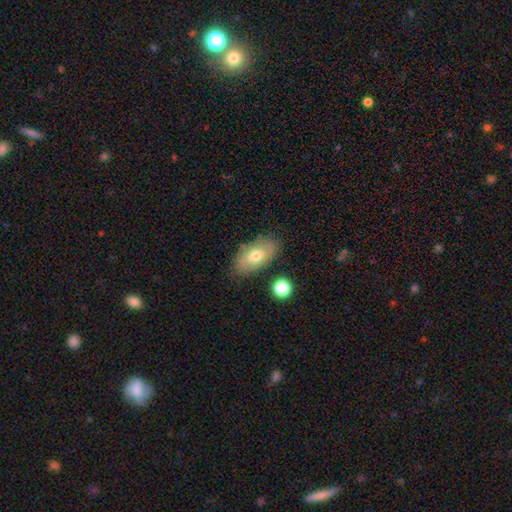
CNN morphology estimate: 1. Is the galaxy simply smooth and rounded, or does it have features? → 66% smooth, 26% featured or disk, 7% star or artifact.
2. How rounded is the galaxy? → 92% in between, 6% round, 2% cigar-shaped.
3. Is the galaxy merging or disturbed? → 74% none, 17% minor disturbance, 4% merger, 4% major disturbance.